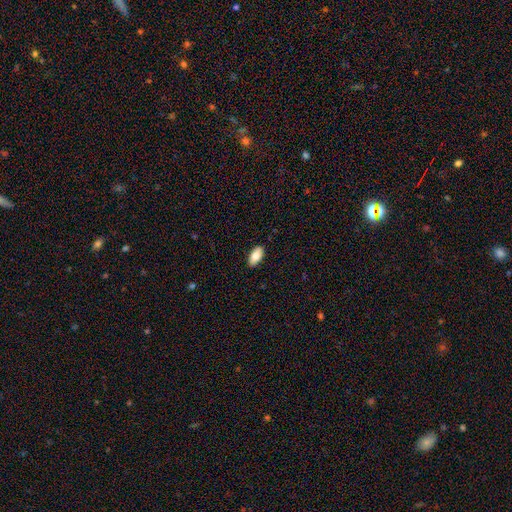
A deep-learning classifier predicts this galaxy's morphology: Smooth or featured: smooth — 83% (featured or disk — 11%)
How rounded: in between — 92% (cigar-shaped — 6%)
Merging: none — 89% (minor disturbance — 8%)